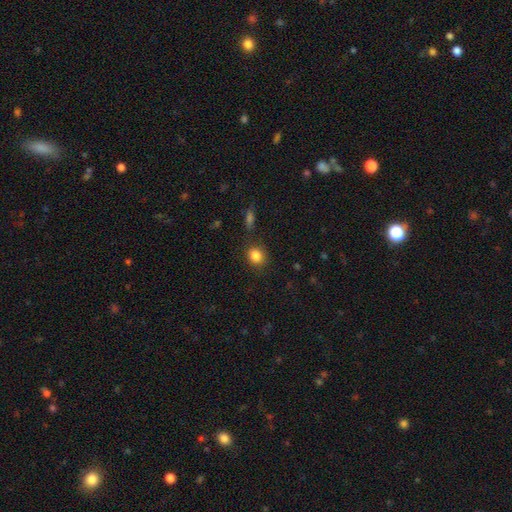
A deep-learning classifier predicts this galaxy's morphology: This is clearly a smooth galaxy (85%). How rounded: likely round (64%). Merging: clearly none (84%).